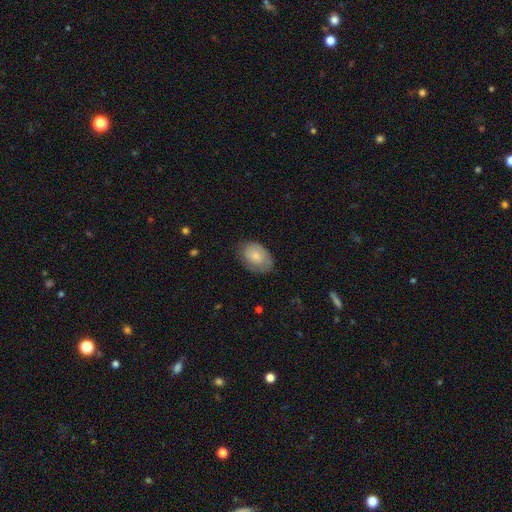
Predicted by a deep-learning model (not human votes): smooth_or_featured: smooth (p=0.71) [alt: featured or disk p=0.23]
how_rounded: in between (p=0.84) [alt: round p=0.15]
merging: none (p=0.68) [alt: minor disturbance p=0.24]